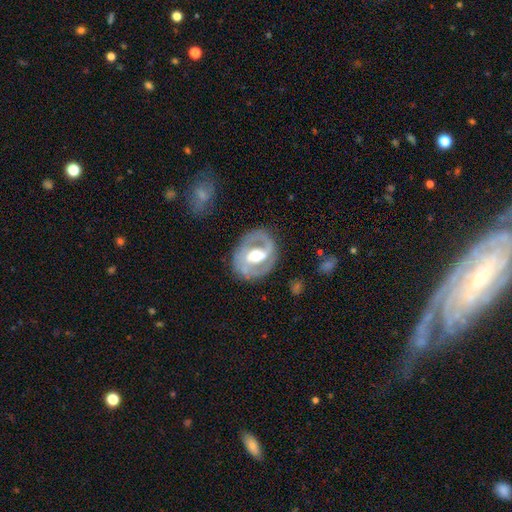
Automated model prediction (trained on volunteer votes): Smooth or featured? Predicted: featured or disk (p=0.80). Edge-on disk? Predicted: no (p=0.96). Bar? Predicted: weak (p=0.39). Spiral arms? Predicted: yes (p=0.73). Spiral winding? Predicted: medium (p=0.43). Spiral arm count? Predicted: 2 (p=0.77). Bulge size? Predicted: moderate (p=0.69). Merging? Predicted: none (p=0.76).